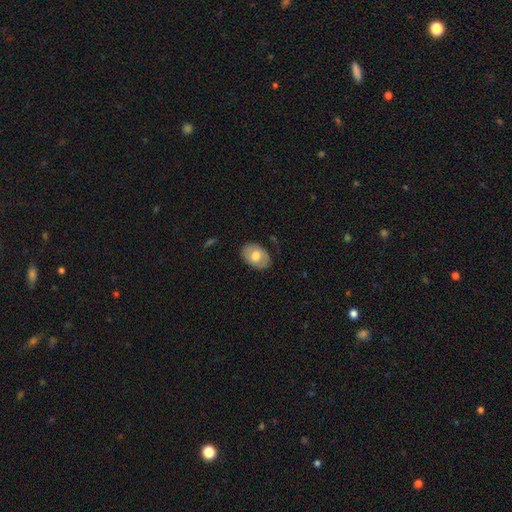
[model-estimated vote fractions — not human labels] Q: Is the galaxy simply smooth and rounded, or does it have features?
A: smooth — 63%.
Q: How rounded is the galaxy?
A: in between — 81%.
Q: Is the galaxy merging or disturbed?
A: none — 81%.